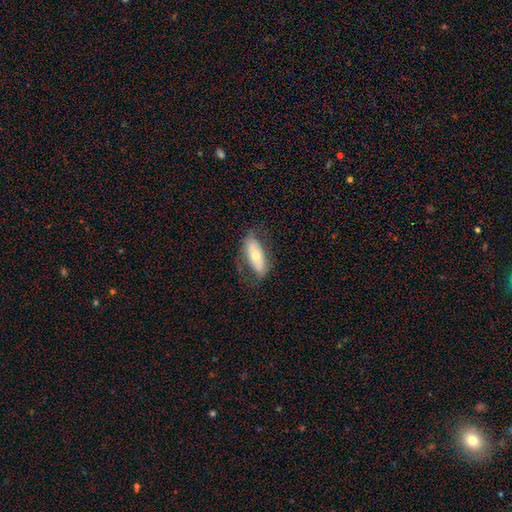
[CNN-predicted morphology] A smooth galaxy with no disk features (54%) that is in between round and cigar-shaped (79%). Merging: none (70%).